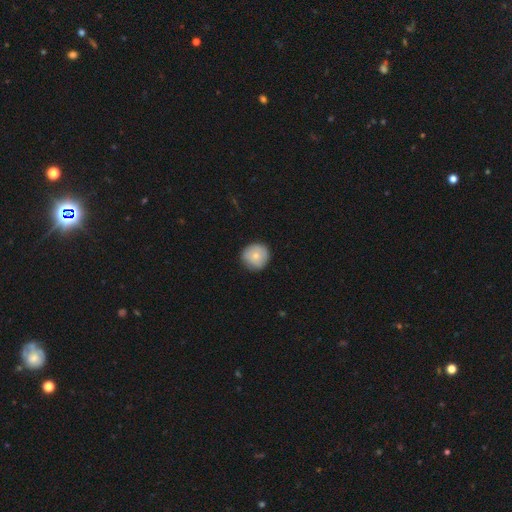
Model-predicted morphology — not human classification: A smooth galaxy with no disk features (76%) that is round (93%). Merging: none (83%).